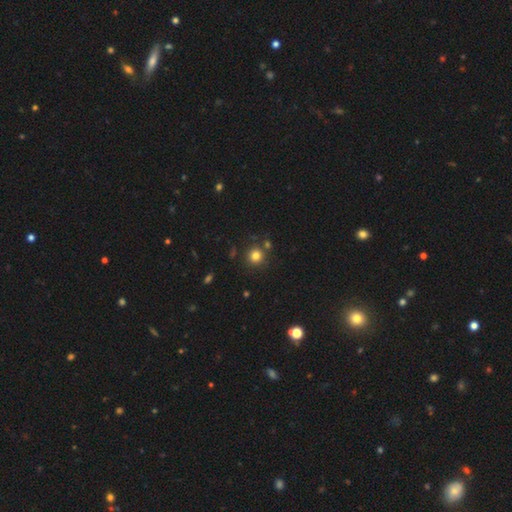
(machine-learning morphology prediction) Q: Smooth or featured?
A: smooth (79%); runner-up: star or artifact (14%)
Q: How rounded?
A: round (93%); runner-up: in between (6%)
Q: Merging?
A: none (81%); runner-up: minor disturbance (8%)